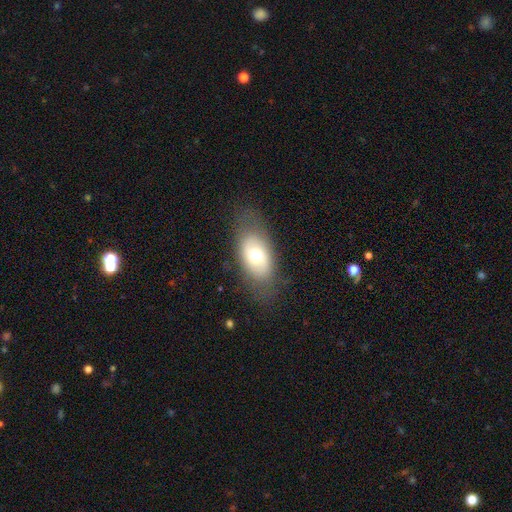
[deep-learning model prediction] Smooth or featured? smooth (59%)
How rounded? in between (89%)
Merging? none (74%)